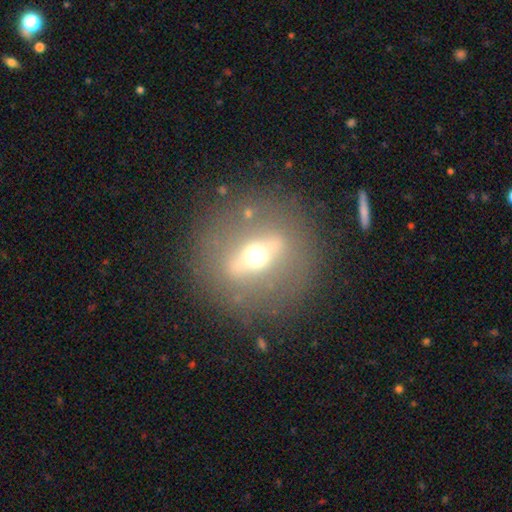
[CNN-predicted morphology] Q: Smooth or featured?
A: featured or disk (68%); runner-up: smooth (22%)
Q: Edge-on disk?
A: no (53%); runner-up: yes (47%)
Q: Merging?
A: none (84%); runner-up: minor disturbance (9%)